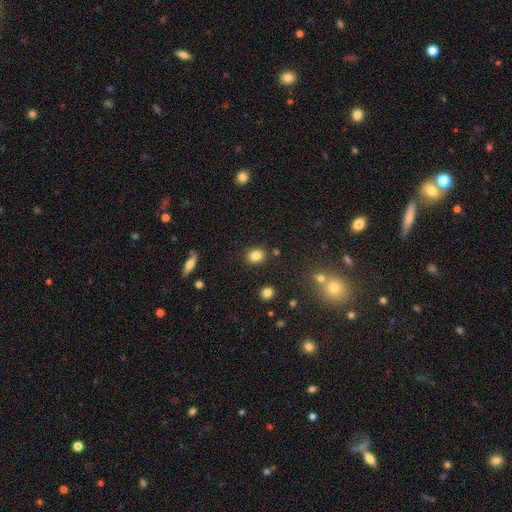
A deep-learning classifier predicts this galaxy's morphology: type=smooth (83%); roundness=round (57%); merging=none (86%).